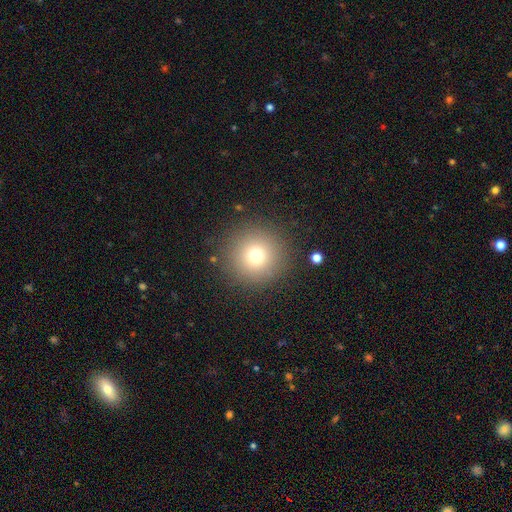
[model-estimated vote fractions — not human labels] Overall: smooth (73%). How rounded: round (96%). Merging: none (89%).